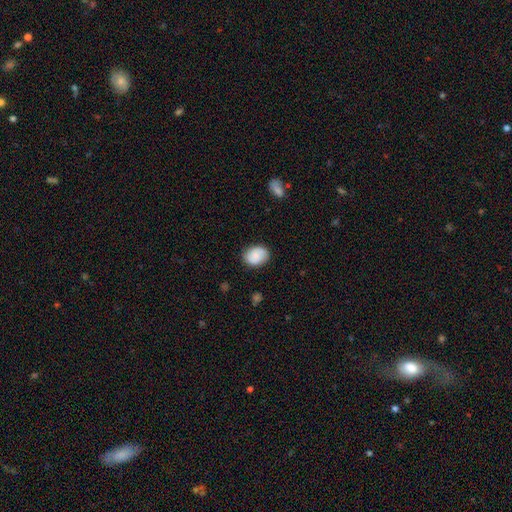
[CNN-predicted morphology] smooth_or_featured: smooth (p=0.75) [alt: featured or disk p=0.17]
how_rounded: in between (p=0.63) [alt: round p=0.37]
merging: none (p=0.80) [alt: minor disturbance p=0.15]